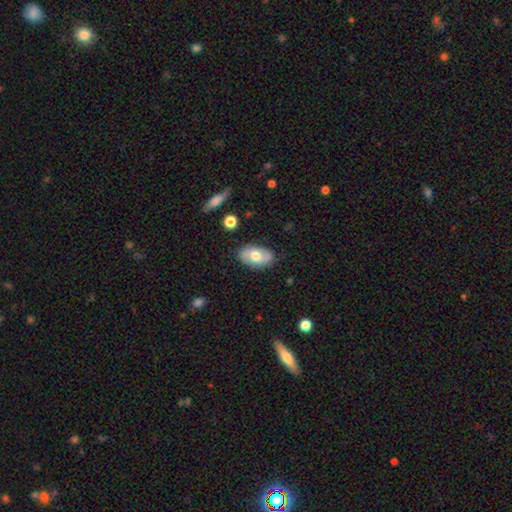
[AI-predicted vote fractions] Overall: smooth (65%; featured or disk 28%). How rounded: in between (91%). Merging: none (83%).